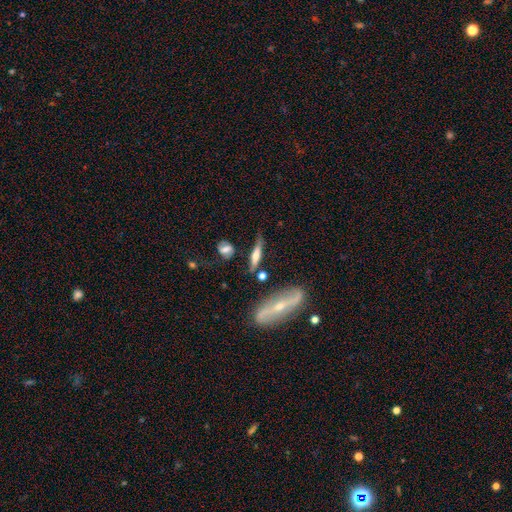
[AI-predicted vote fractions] Smooth or featured?
  - featured or disk: 55% *
  - smooth: 37%
  - star or artifact: 8%
Edge-on disk?
  - yes: 88% *
  - no: 12%
Merging?
  - none: 67% *
  - minor disturbance: 20%
  - merger: 7%
  - major disturbance: 6%